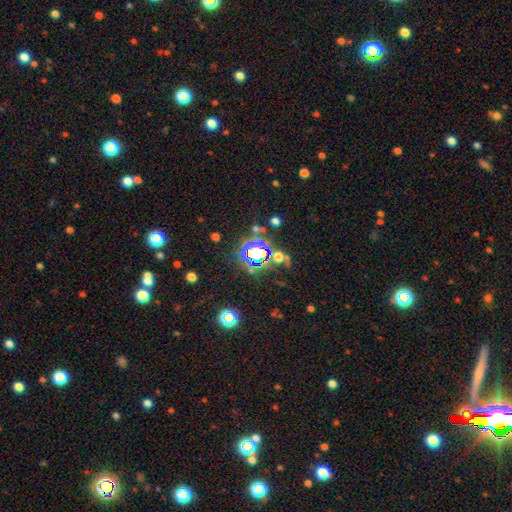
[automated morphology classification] This is likely a star or artifact rather than a galaxy (68%).